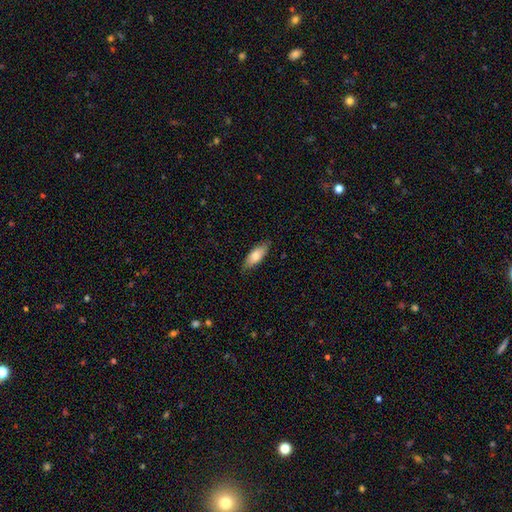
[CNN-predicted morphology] Overall: smooth (77%). How rounded: in between (70%). Merging: none (84%).